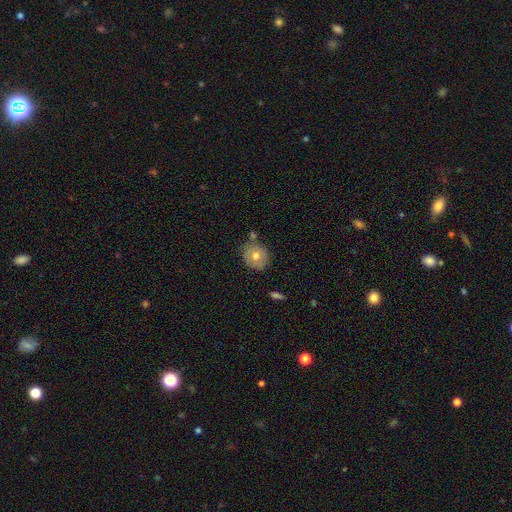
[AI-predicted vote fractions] Smooth or featured? Predicted: smooth (p=0.69). How rounded? Predicted: round (p=0.78). Merging? Predicted: none (p=0.74).